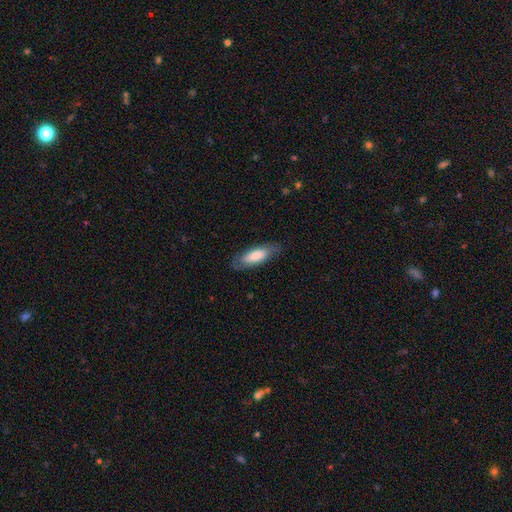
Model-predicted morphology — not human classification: A smooth galaxy with no disk features (70%) that is in between round and cigar-shaped (65%).

Vote fractions:
- Smooth or featured? smooth: 70% / featured or disk: 24% / star or artifact: 6%
- How rounded? in between: 65% / cigar-shaped: 33% / round: 2%
- Merging? none: 78% / minor disturbance: 17% / major disturbance: 5% / merger: 1%